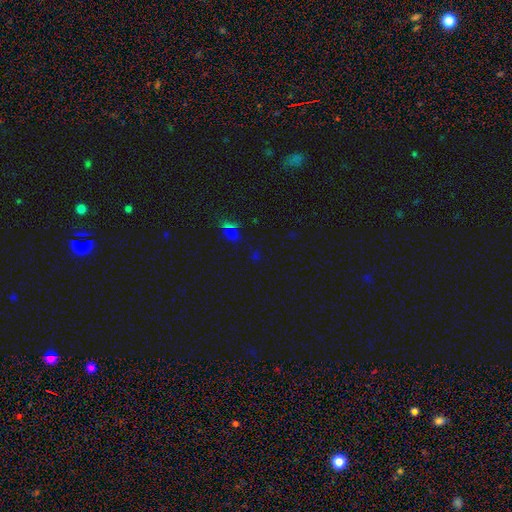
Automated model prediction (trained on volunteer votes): Overall: star or artifact (61%; smooth 31%).